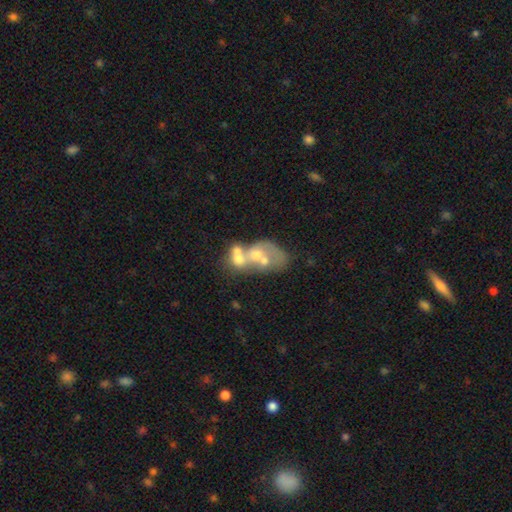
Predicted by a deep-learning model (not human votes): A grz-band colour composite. It shows a featured or disk galaxy (53%) with no bar (87%), no spiral arms (84%) and a moderate central bulge (41%). Merging: merger (64%).